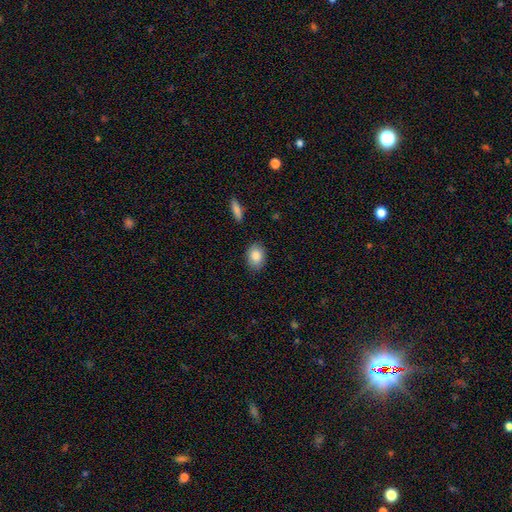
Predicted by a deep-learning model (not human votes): Morphology: type=smooth (86%); roundness=in between (76%); merging=none (83%).